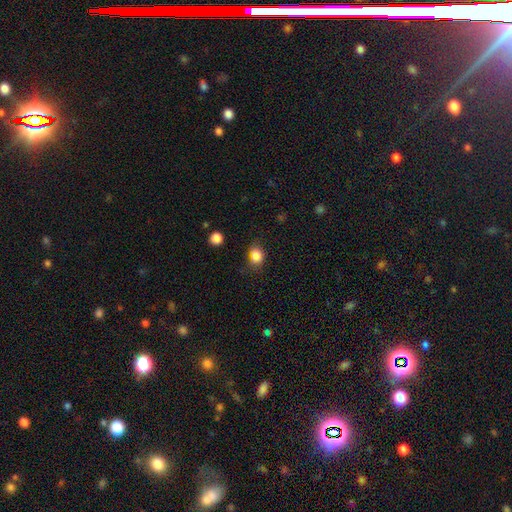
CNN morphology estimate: type=smooth (85%); roundness=round (54%); merging=none (70%).